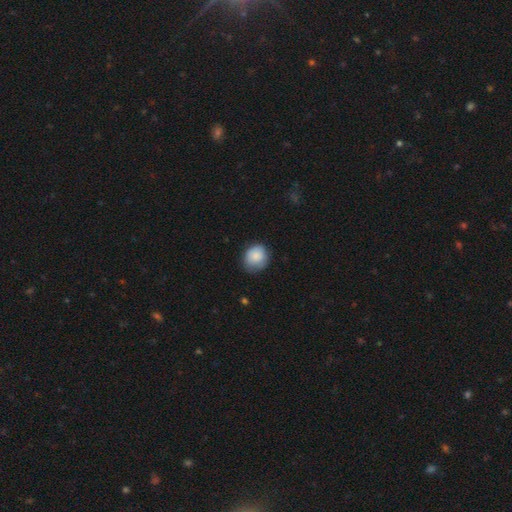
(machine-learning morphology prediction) Smooth or featured?
  - smooth: 86% *
  - star or artifact: 7%
  - featured or disk: 7%
How rounded?
  - round: 69% *
  - in between: 30%
  - cigar-shaped: 1%
Merging?
  - none: 68% *
  - minor disturbance: 26%
  - major disturbance: 5%
  - merger: 1%